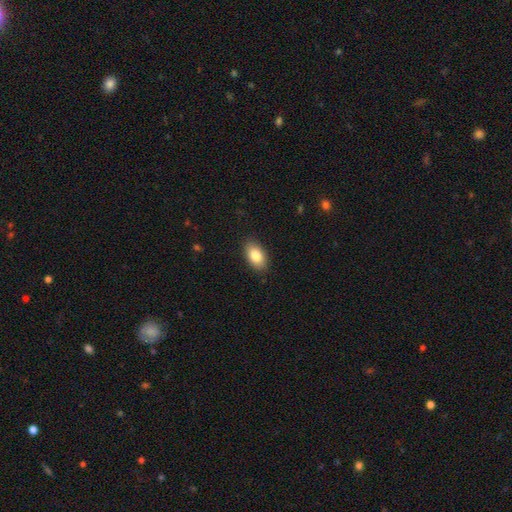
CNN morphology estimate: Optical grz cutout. It shows a smooth galaxy with no disk features (83%) that is in between round and cigar-shaped (92%). Merging: none (88%).